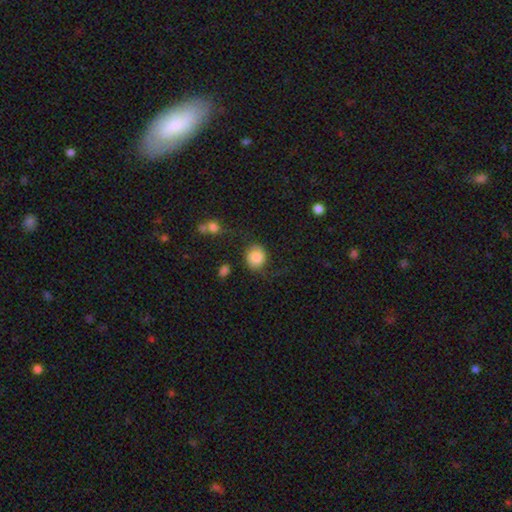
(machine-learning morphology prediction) Smooth or featured? Predicted: smooth (p=0.72). How rounded? Predicted: round (p=0.72). Merging? Predicted: none (p=0.63).